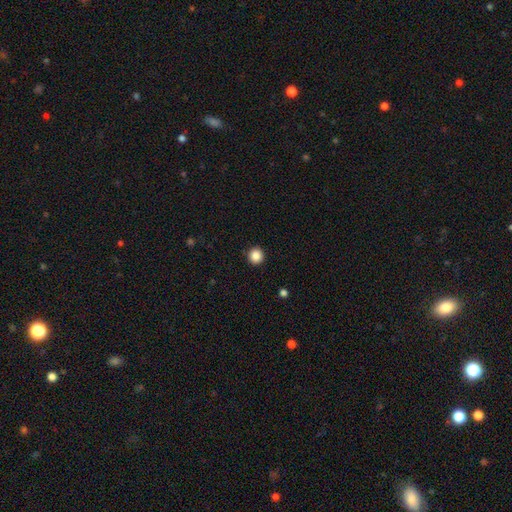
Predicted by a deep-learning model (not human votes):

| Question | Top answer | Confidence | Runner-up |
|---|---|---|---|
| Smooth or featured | smooth | 86% | star or artifact (10%) |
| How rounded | round | 94% | in between (5%) |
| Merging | none | 93% | minor disturbance (5%) |